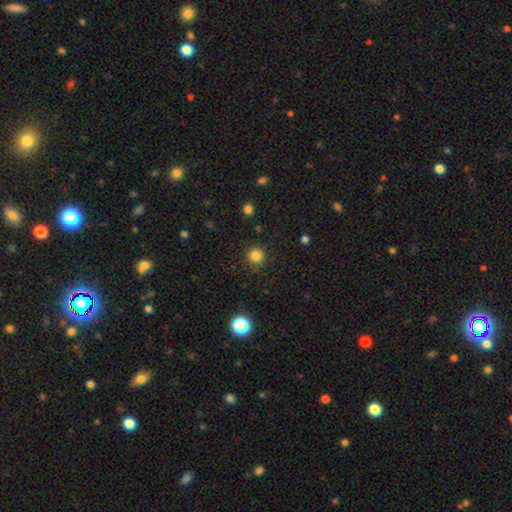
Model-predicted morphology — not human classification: The model was most divided on "smooth or featured": smooth: 83%, star or artifact: 13%, featured or disk: 4%. More confident: how rounded — round (94%); merging — none (90%).